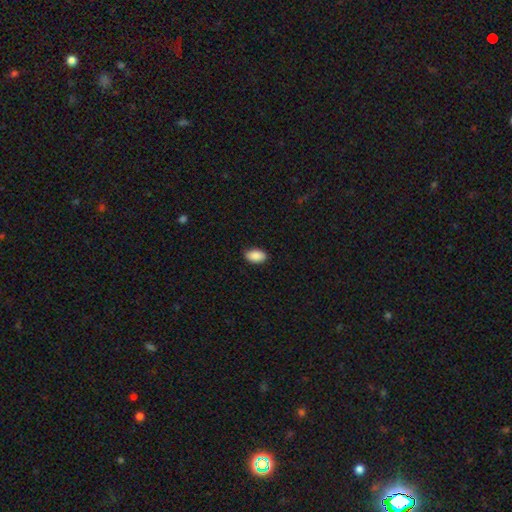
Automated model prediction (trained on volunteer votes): The model was most divided on "merging": none: 87%, minor disturbance: 10%, major disturbance: 2%, merger: 1%. More confident: how rounded — in between (92%); smooth or featured — smooth (90%).